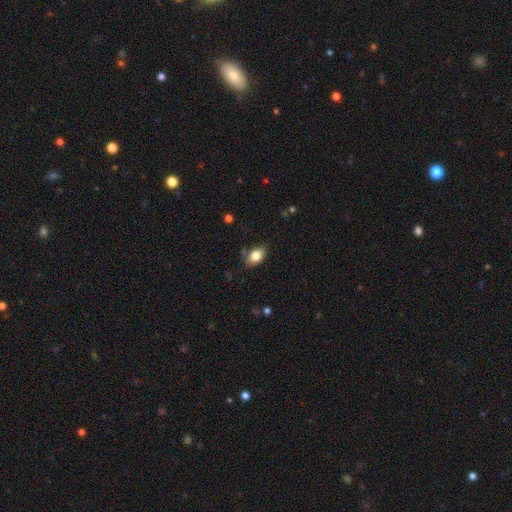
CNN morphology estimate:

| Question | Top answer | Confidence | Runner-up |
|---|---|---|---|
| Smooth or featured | smooth | 82% | featured or disk (10%) |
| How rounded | in between | 88% | round (10%) |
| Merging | none | 75% | minor disturbance (19%) |